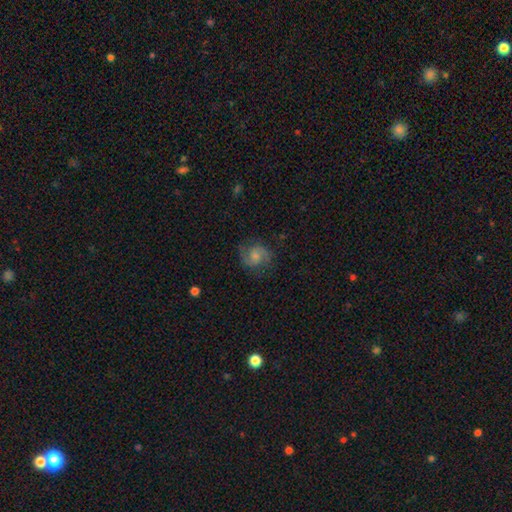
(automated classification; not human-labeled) Morphology: type=featured or disk (69%); edge-on=no (98%); bar=no (58%); spiral arms=yes (94%); winding=medium (53%); arm count=2 (89%); bulge=moderate (38%); merging=none (75%).